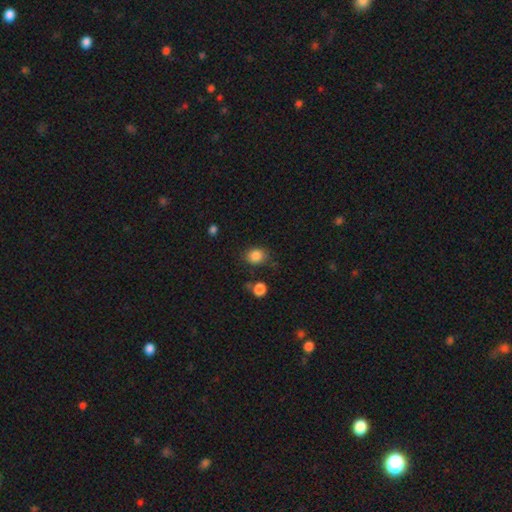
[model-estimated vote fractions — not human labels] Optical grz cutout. It shows a smooth galaxy with no disk features (86%) that is round (62%). Merging: none (76%).